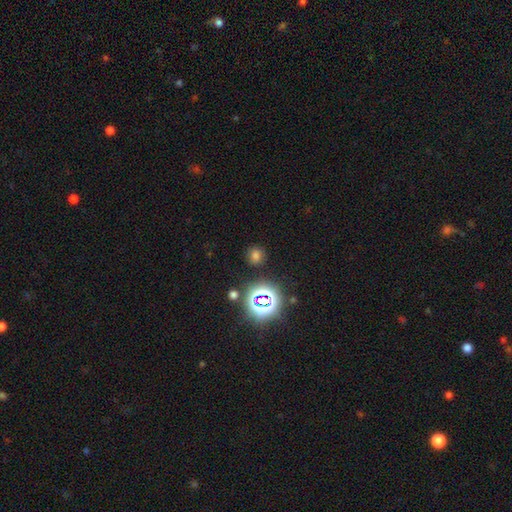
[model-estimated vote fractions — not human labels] A smooth galaxy with no disk features (65%) that is round (80%).

Vote fractions:
- Smooth or featured? smooth: 65% / star or artifact: 28% / featured or disk: 7%
- How rounded? round: 80% / in between: 19% / cigar-shaped: 1%
- Merging? none: 84% / minor disturbance: 9% / merger: 3% / major disturbance: 3%